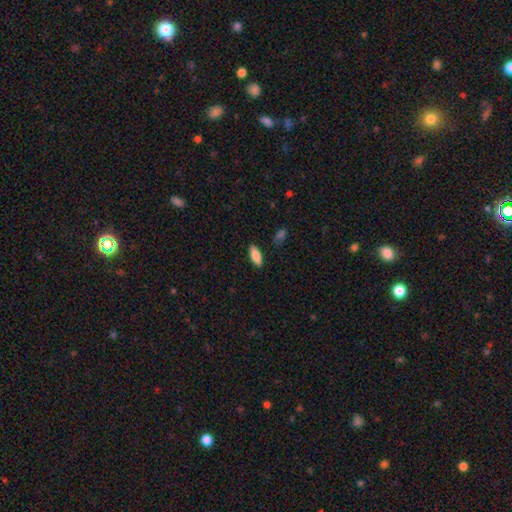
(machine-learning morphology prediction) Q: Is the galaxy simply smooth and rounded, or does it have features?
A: smooth — 85%.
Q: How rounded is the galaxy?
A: in between — 77%.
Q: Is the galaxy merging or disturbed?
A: none — 87%.